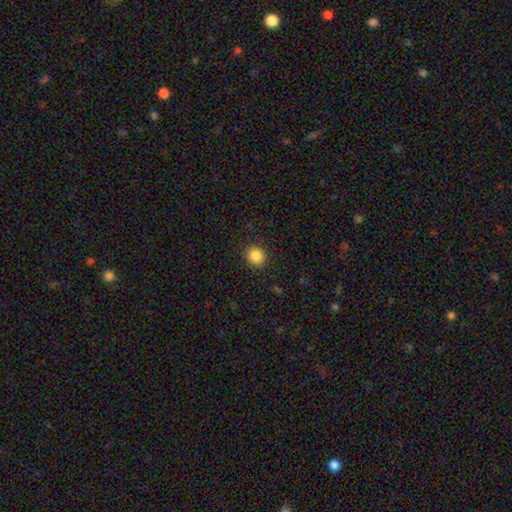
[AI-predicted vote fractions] smooth-or-featured: smooth: 86% | star or artifact: 10% | featured or disk: 4%
  how-rounded: round: 88% | in between: 11% | cigar-shaped: 1%
  merging: none: 91% | minor disturbance: 6% | major disturbance: 2% | merger: 1%